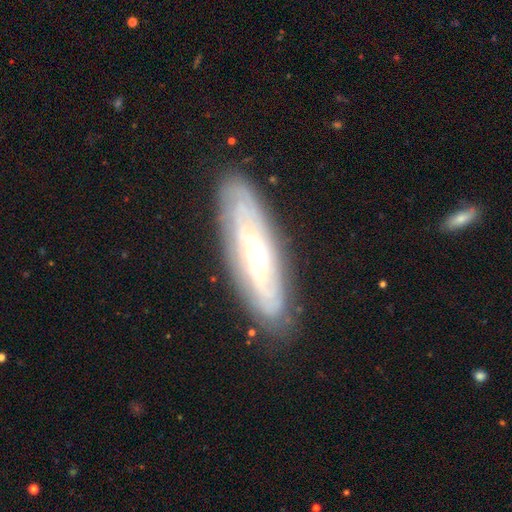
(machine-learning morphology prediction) A featured or disk galaxy (74%) with no bar (46%), spiral arms (77%) and a moderate central bulge (58%).

Vote fractions:
- Smooth or featured? featured or disk: 74% / smooth: 20% / star or artifact: 6%
- Edge-on disk? no: 69% / yes: 31%
- Bar? no: 46% / weak: 34% / strong: 20%
- Spiral arms? yes: 77% / no: 23%
- Bulge size? moderate: 58% / large: 24% / small: 14% / dominant: 3% / none: 2%
- Merging? none: 82% / minor disturbance: 13% / major disturbance: 4% / merger: 1%